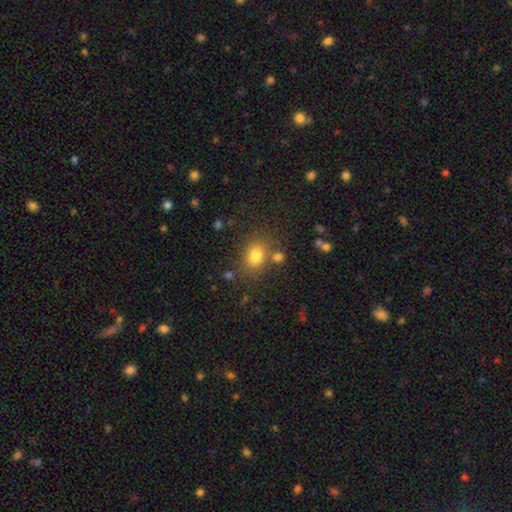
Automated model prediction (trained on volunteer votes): A smooth galaxy with no disk features (79%) that is in between round and cigar-shaped (58%). Merging: none (71%).